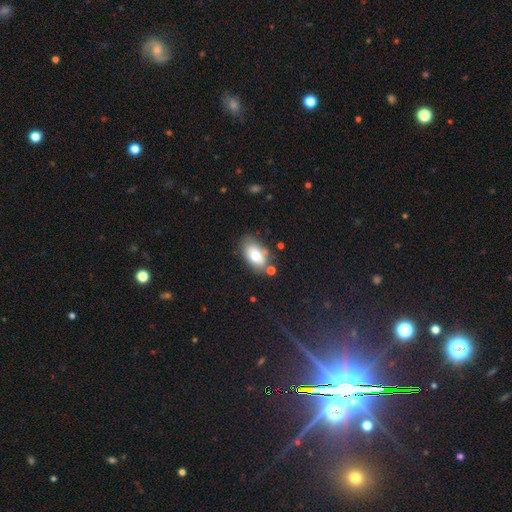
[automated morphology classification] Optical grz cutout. It shows a smooth galaxy with no disk features (76%) that is in between round and cigar-shaped (93%). Merging: none (63%).